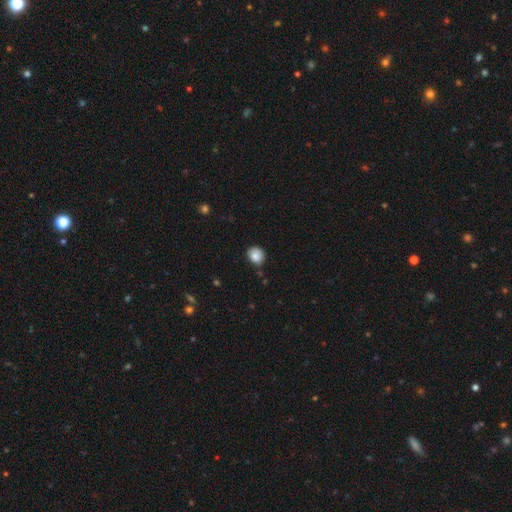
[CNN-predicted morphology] smooth-or-featured: smooth: 85% | star or artifact: 9% | featured or disk: 6%
  how-rounded: round: 79% | in between: 21% | cigar-shaped: 1%
  merging: none: 76% | minor disturbance: 19% | major disturbance: 3% | merger: 3%